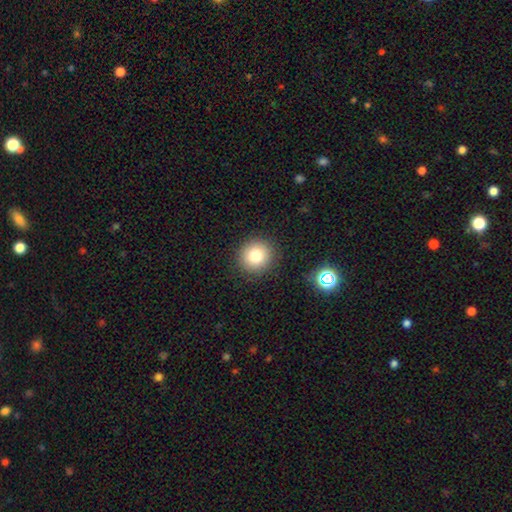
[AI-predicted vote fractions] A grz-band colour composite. It shows a smooth galaxy with no disk features (79%) that is round (92%). Merging: none (90%).